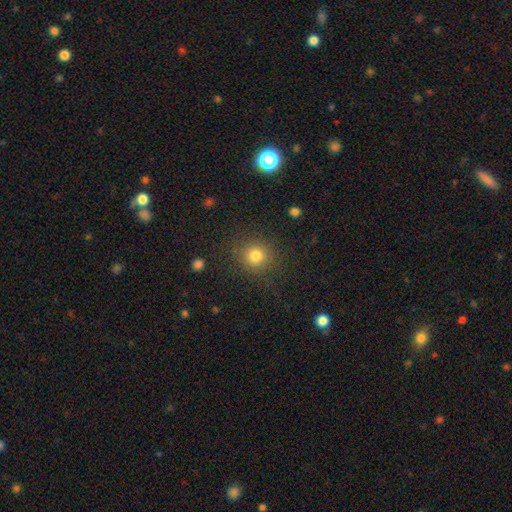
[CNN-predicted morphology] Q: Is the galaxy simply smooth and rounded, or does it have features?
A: smooth — 80%.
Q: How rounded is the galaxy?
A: round — 92%.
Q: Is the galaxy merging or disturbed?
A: none — 86%.